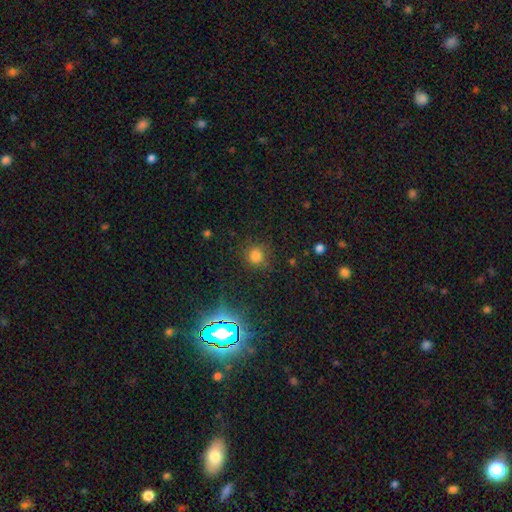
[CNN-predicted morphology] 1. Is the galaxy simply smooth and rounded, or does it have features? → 74% smooth, 20% star or artifact, 6% featured or disk.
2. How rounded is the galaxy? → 91% round, 8% in between, 1% cigar-shaped.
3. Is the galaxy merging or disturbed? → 83% none, 10% minor disturbance, 5% major disturbance, 2% merger.